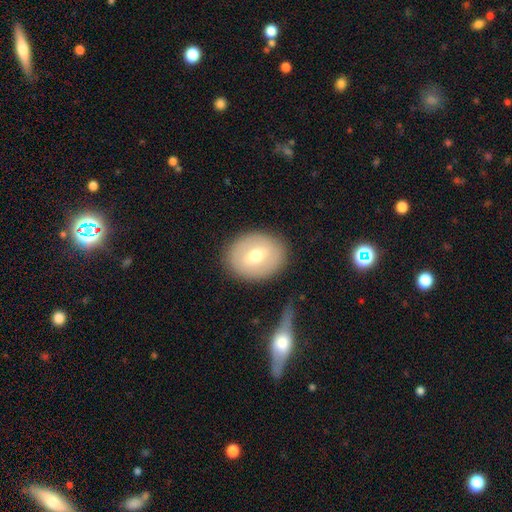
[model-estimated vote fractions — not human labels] Smooth or featured? Predicted: smooth (p=0.55). How rounded? Predicted: round (p=0.53). Merging? Predicted: none (p=0.82).